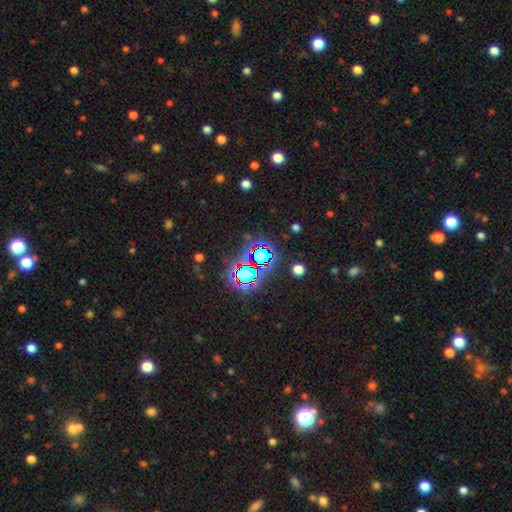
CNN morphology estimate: smooth_or_featured: star or artifact (p=0.78) [alt: smooth p=0.13]